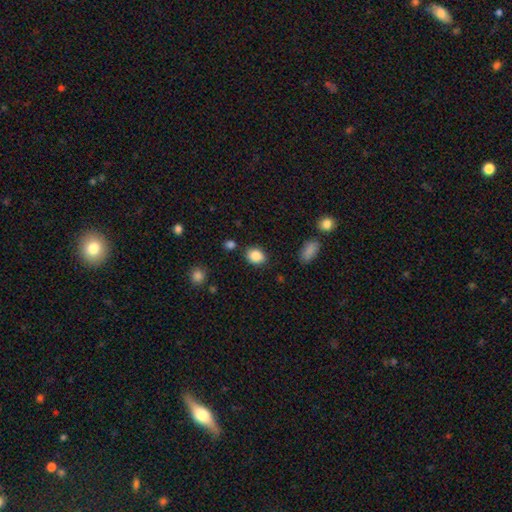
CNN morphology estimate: The model was most divided on "how rounded": in between: 57%, round: 42%, cigar-shaped: 1%. More confident: smooth or featured — smooth (87%); merging — none (82%).